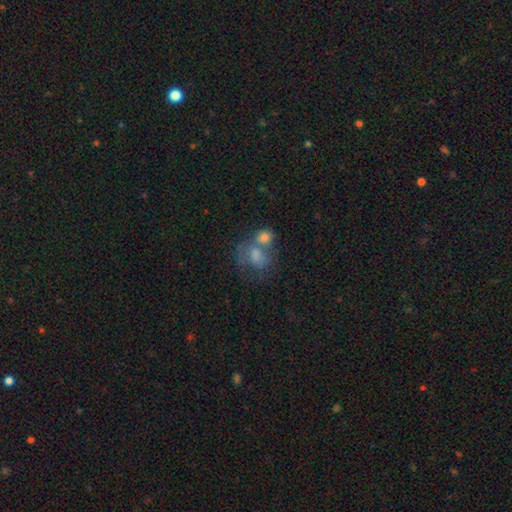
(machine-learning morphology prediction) type=smooth (68%); roundness=in between (53%); merging=merger (59%).